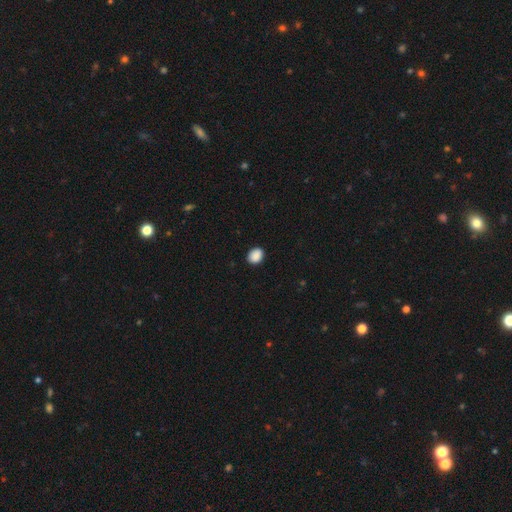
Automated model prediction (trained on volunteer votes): Smooth or featured?
  - smooth: 90% *
  - star or artifact: 8%
  - featured or disk: 2%
How rounded?
  - in between: 57% *
  - round: 42%
  - cigar-shaped: 1%
Merging?
  - none: 89% *
  - minor disturbance: 8%
  - major disturbance: 2%
  - merger: 1%